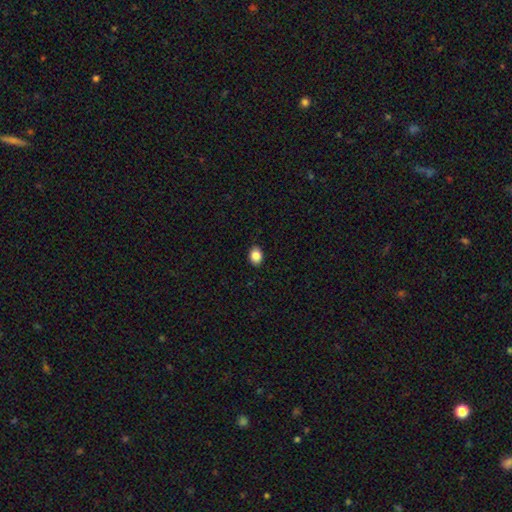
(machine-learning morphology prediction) Overall: smooth (87%). How rounded: in between (66%; round 33%). Merging: none (89%).